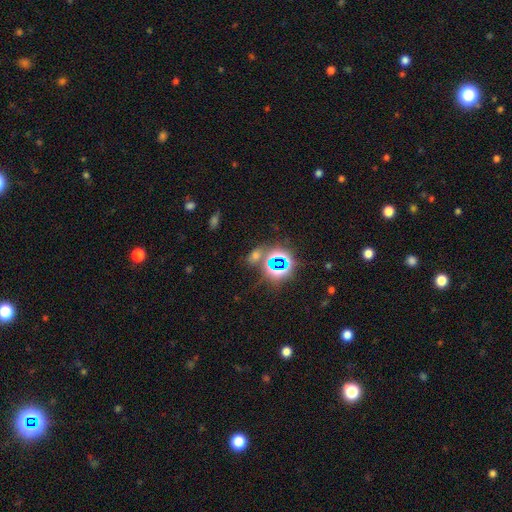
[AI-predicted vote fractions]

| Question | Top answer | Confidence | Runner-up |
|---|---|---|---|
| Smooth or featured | star or artifact | 57% | smooth (33%) |